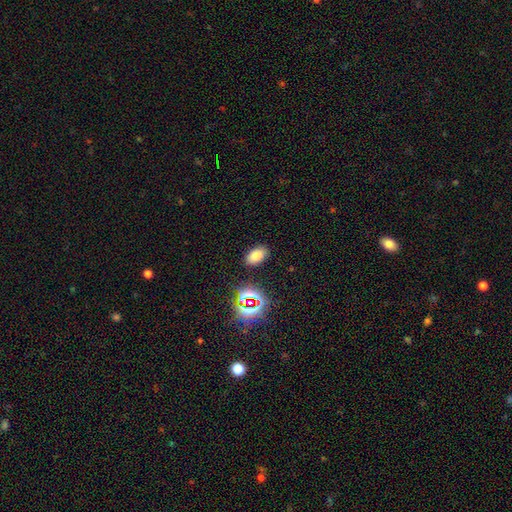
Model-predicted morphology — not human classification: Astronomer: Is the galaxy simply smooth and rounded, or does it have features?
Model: smooth — 75%.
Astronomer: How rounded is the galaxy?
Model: in between — 91%.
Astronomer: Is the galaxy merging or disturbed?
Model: none — 85%.